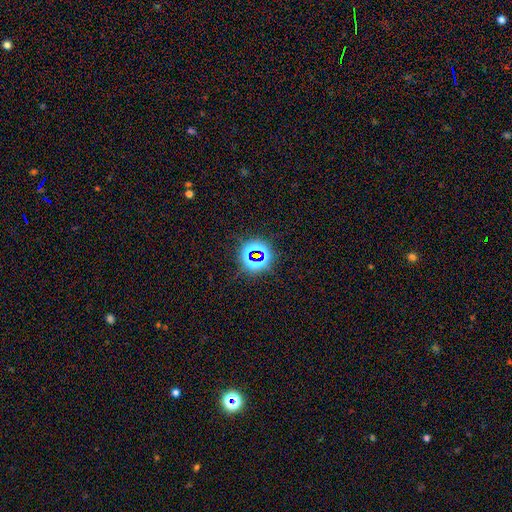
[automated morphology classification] The model was most divided on "smooth or featured": star or artifact: 74%, smooth: 17%, featured or disk: 9%.